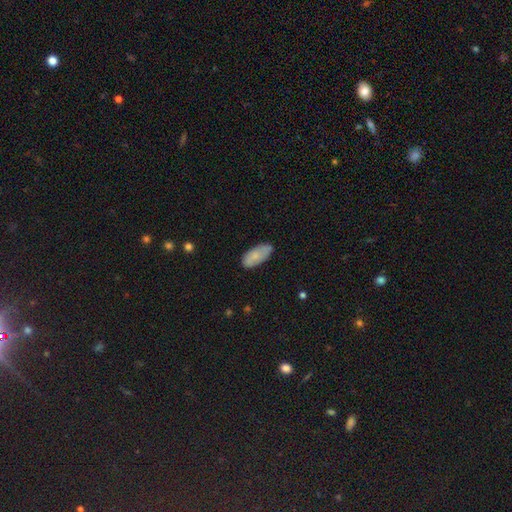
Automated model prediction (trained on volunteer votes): The model was most divided on "smooth or featured": smooth: 74%, featured or disk: 20%, star or artifact: 7%. More confident: how rounded — in between (90%); merging — none (76%).